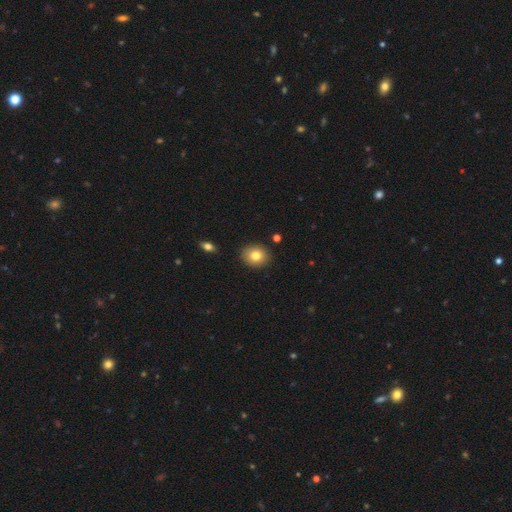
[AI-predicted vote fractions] Smooth or featured? smooth (80%)
How rounded? round (62%)
Merging? none (89%)